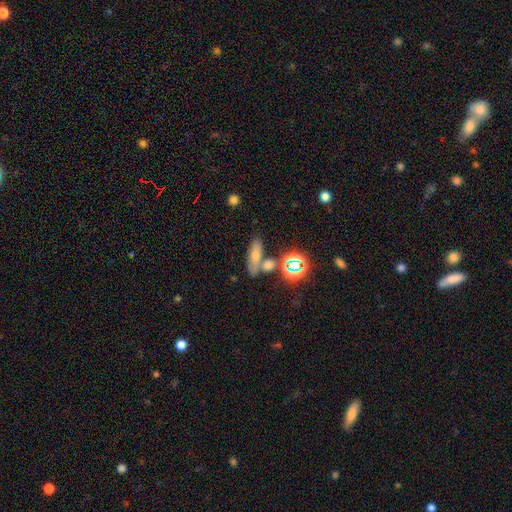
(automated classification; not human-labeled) The model was most divided on "smooth or featured": smooth: 45%, star or artifact: 32%, featured or disk: 23%. More confident: merging — none (64%).